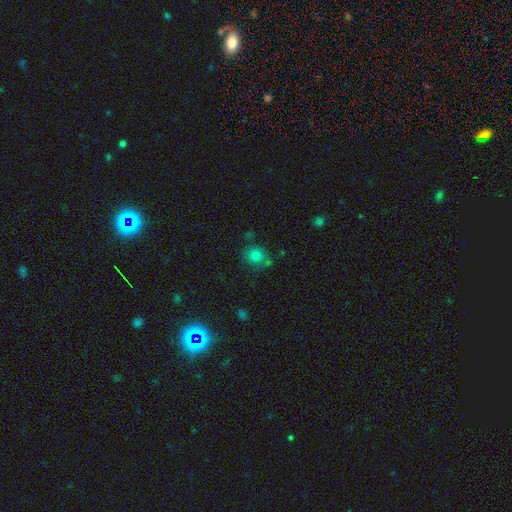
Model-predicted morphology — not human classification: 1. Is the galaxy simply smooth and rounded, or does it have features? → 78% smooth, 13% star or artifact, 8% featured or disk.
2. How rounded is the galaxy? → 79% round, 20% in between, 1% cigar-shaped.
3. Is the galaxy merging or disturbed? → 70% none, 16% minor disturbance, 10% merger, 4% major disturbance.